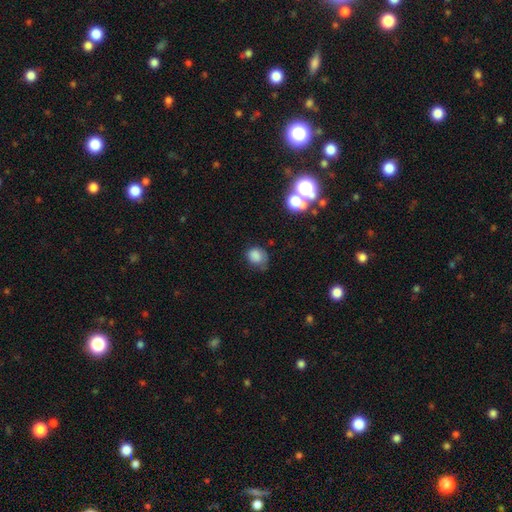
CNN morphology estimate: This appears to be a smooth galaxy with no disk features (81%) that is round (65%). Merging: none (50%).